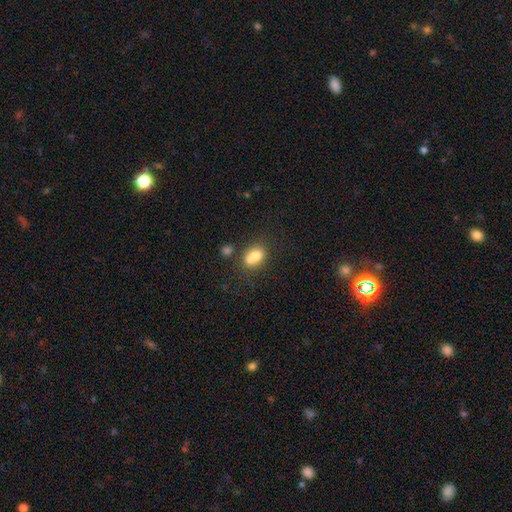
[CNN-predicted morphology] This appears to be a smooth galaxy with no disk features (73%) that is in between round and cigar-shaped (59%). Merging: merger (45%).